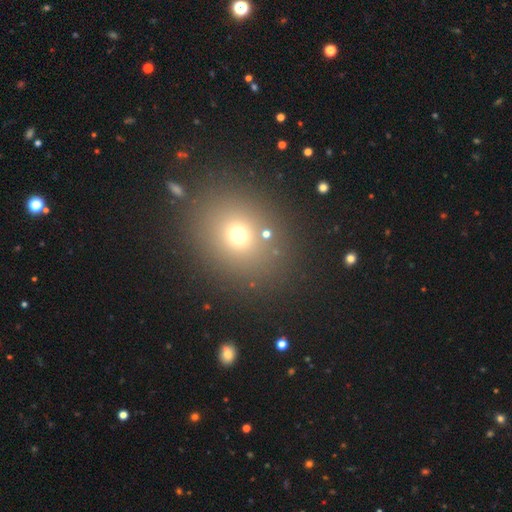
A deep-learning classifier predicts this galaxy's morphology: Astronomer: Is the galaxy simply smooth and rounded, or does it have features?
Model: smooth — 59%.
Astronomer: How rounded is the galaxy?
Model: round — 67%.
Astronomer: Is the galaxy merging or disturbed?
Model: none — 86%.